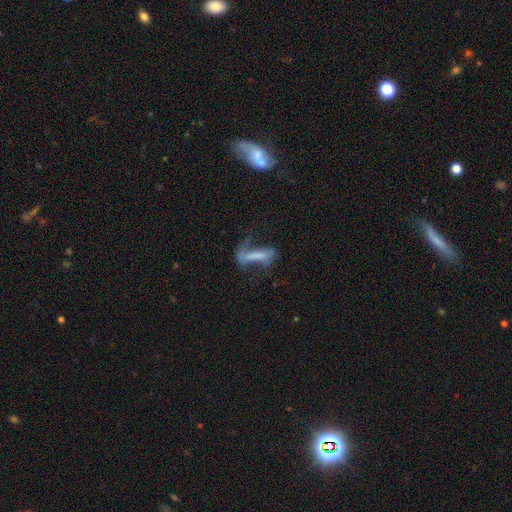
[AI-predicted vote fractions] Overall: featured or disk (47%; smooth 43%). Merging: major disturbance (41%; none 32%).